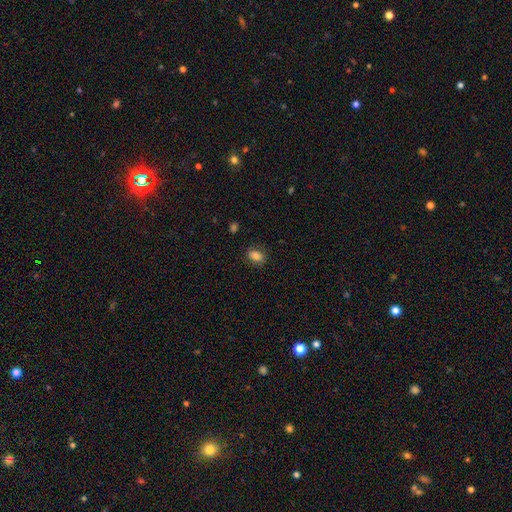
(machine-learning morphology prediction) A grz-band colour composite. It shows a smooth galaxy with no disk features (82%) that is in between round and cigar-shaped (80%). Merging: none (80%).